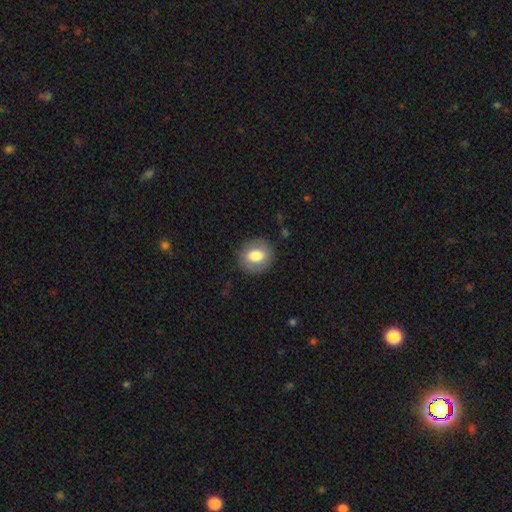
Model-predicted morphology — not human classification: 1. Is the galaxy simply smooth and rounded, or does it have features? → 75% smooth, 17% featured or disk, 8% star or artifact.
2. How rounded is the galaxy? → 74% round, 25% in between, 1% cigar-shaped.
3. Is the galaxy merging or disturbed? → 86% none, 9% minor disturbance, 3% major disturbance, 1% merger.